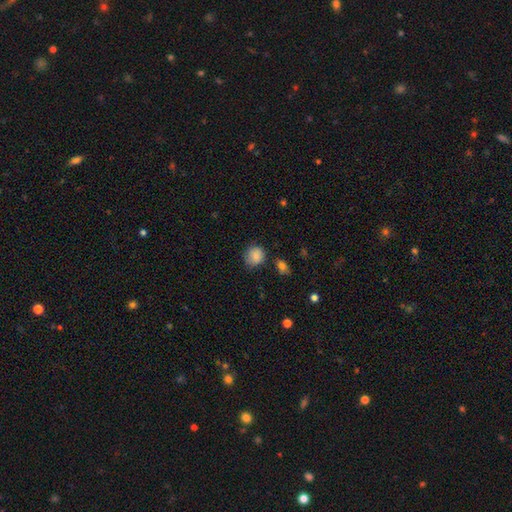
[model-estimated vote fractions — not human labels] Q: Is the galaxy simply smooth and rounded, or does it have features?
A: smooth — 84%.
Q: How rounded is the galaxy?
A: round — 81%.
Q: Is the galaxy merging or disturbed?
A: none — 67%.